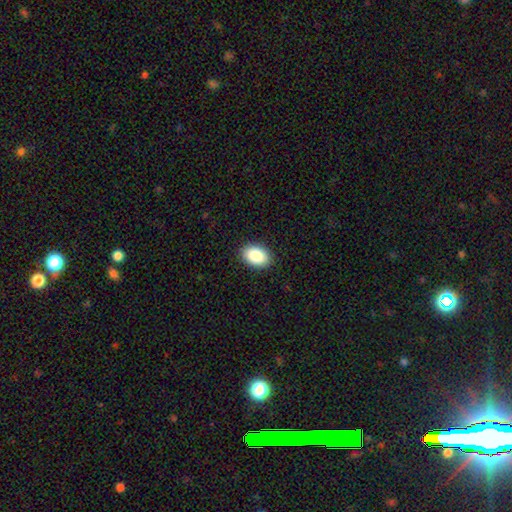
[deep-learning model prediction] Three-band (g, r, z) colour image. It shows a smooth galaxy with no disk features (88%) that is in between round and cigar-shaped (84%). Merging: none (90%).